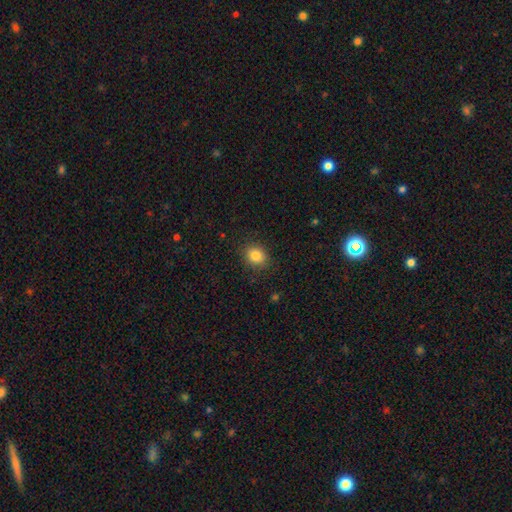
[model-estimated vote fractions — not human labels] Q: Smooth or featured?
A: smooth (84%); runner-up: star or artifact (10%)
Q: How rounded?
A: round (65%); runner-up: in between (34%)
Q: Merging?
A: none (86%); runner-up: minor disturbance (10%)